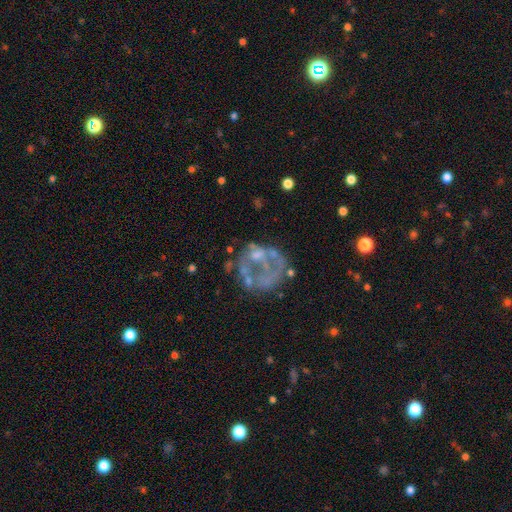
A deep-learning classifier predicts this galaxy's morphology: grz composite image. It shows a featured or disk galaxy (51%). Merging: none (53%).